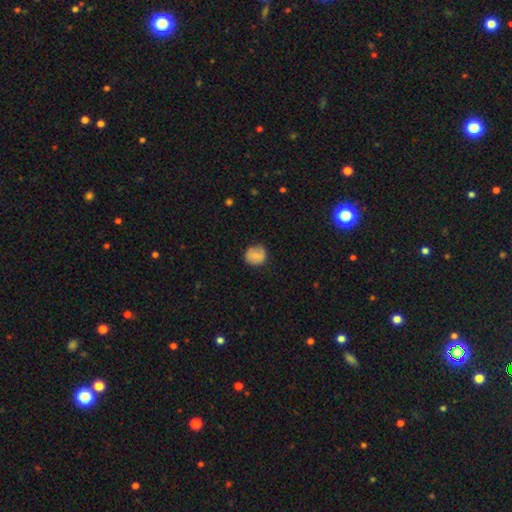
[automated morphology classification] Smooth or featured: smooth — 72% (featured or disk — 20%)
How rounded: round — 84% (in between — 15%)
Merging: none — 77% (minor disturbance — 18%)